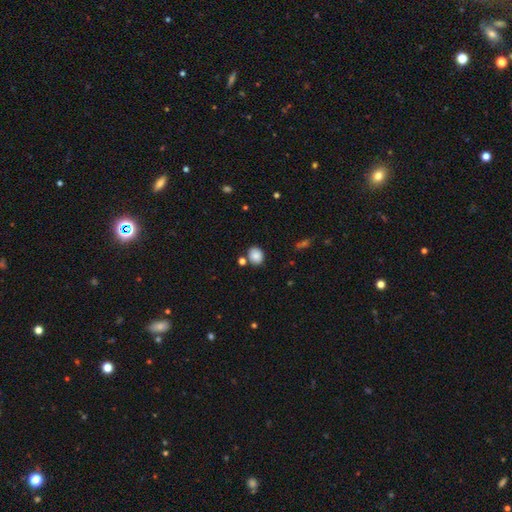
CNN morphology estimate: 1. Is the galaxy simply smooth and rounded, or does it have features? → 85% smooth, 9% star or artifact, 5% featured or disk.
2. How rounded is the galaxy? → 64% round, 35% in between, 1% cigar-shaped.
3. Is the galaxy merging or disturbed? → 75% none, 11% minor disturbance, 11% merger, 3% major disturbance.